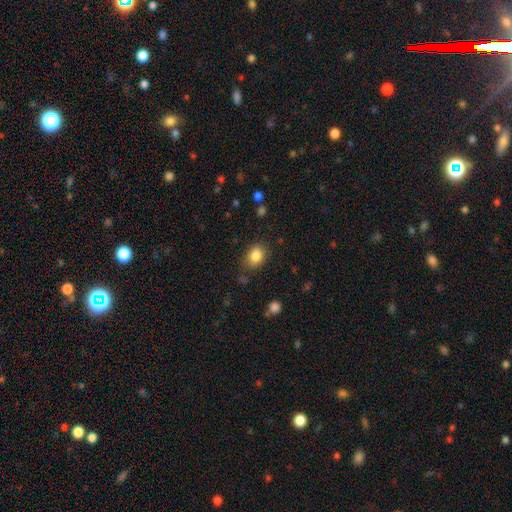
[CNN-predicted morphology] smooth 85%, star or artifact 9%, featured or disk 6%. Down the decision tree: how rounded — in between (64%); merging — none (75%).